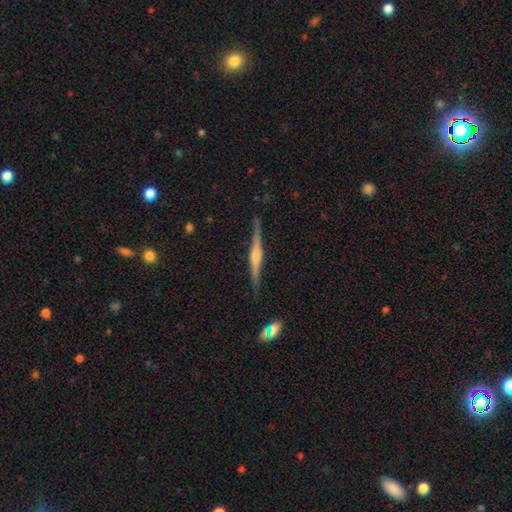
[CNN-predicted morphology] This appears to be a featured or disk galaxy (83%) viewed edge-on (98%) with a rounded central bulge (83%). Merging: none (89%).